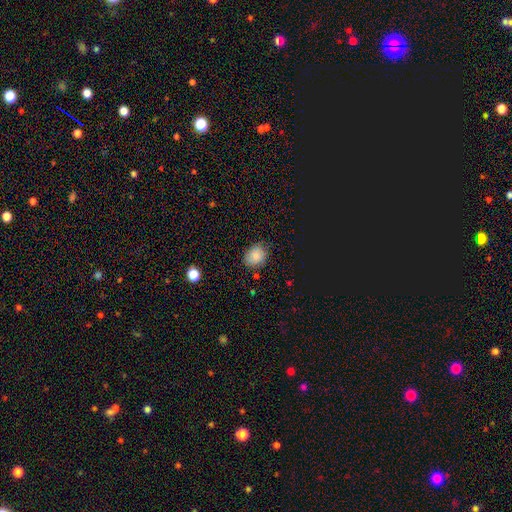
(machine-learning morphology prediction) This appears to be a smooth galaxy with no disk features (78%) that is round (52%). Merging: none (72%).